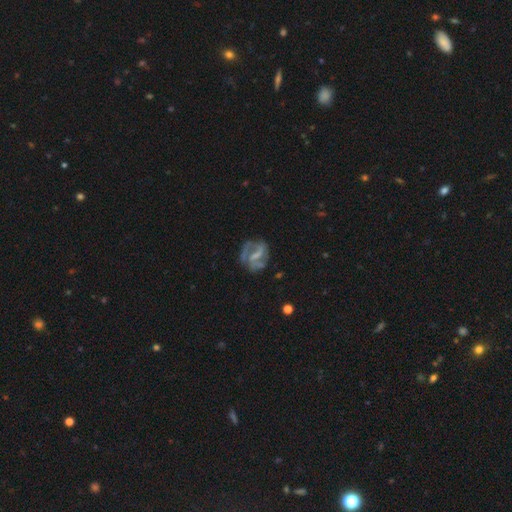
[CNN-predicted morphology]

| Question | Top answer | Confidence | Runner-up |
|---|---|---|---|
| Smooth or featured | featured or disk | 75% | smooth (17%) |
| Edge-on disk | no | 97% | yes (3%) |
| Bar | weak | 42% | strong (38%) |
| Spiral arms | yes | 80% | no (20%) |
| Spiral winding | medium | 47% | loose (29%) |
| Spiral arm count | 2 | 68% | can't tell (15%) |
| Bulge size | none | 45% | small (28%) |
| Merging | none | 57% | minor disturbance (21%) |